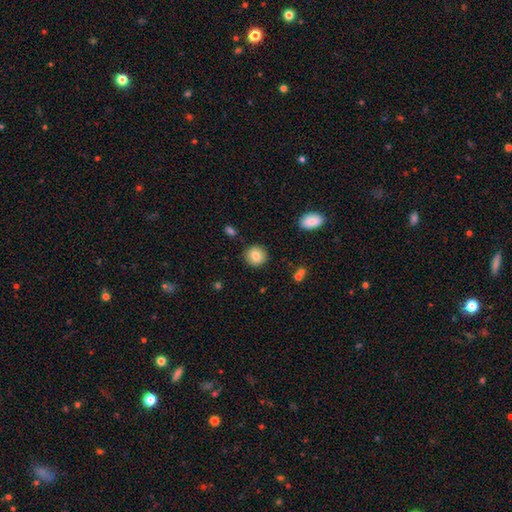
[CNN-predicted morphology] Smooth or featured: smooth — 84% (star or artifact — 8%)
How rounded: round — 89% (in between — 10%)
Merging: none — 89% (minor disturbance — 7%)